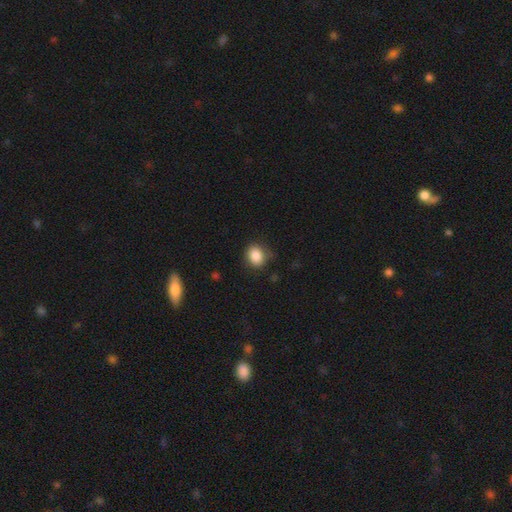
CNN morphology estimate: Smooth or featured? smooth (87%)
How rounded? in between (50%)
Merging? none (78%)